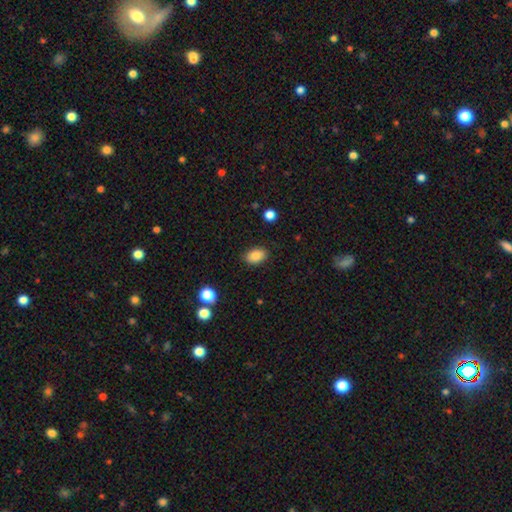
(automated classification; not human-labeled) This appears to be a smooth galaxy with no disk features (87%) that is in between round and cigar-shaped (87%). Merging: none (87%).